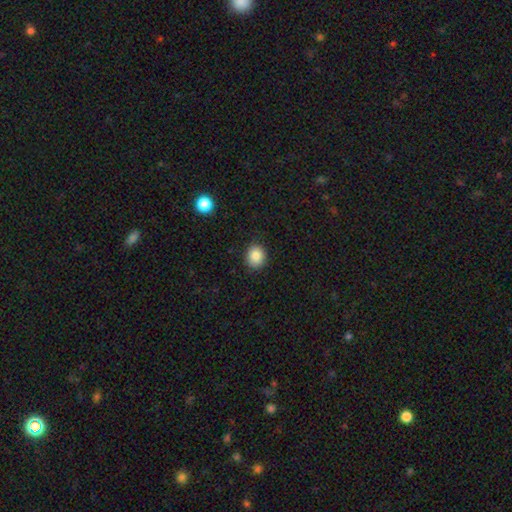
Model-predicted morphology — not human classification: smooth-or-featured: smooth: 86% | star or artifact: 9% | featured or disk: 5%
  how-rounded: round: 67% | in between: 32% | cigar-shaped: 1%
  merging: none: 88% | minor disturbance: 9% | major disturbance: 2% | merger: 1%